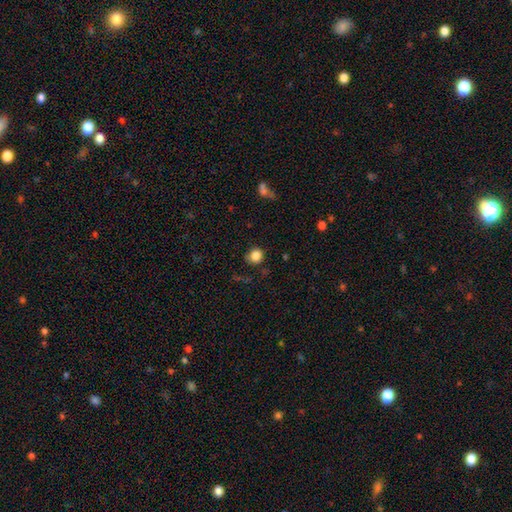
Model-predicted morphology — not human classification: Smooth or featured? smooth (85%)
How rounded? round (83%)
Merging? none (74%)